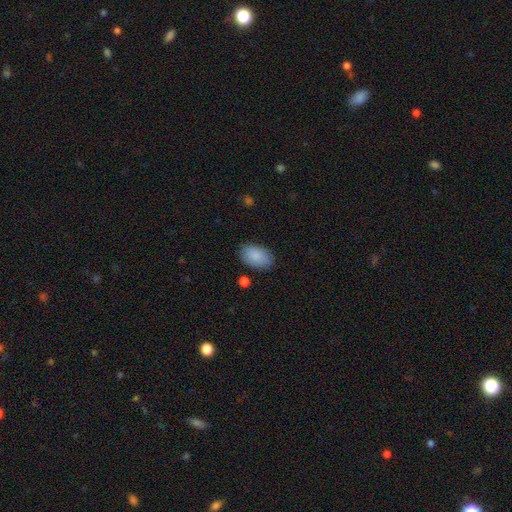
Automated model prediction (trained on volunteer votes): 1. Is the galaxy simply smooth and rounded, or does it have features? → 89% smooth, 6% star or artifact, 5% featured or disk.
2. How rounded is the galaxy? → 91% in between, 8% round, 1% cigar-shaped.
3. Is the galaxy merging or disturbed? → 82% none, 13% minor disturbance, 3% major disturbance, 2% merger.